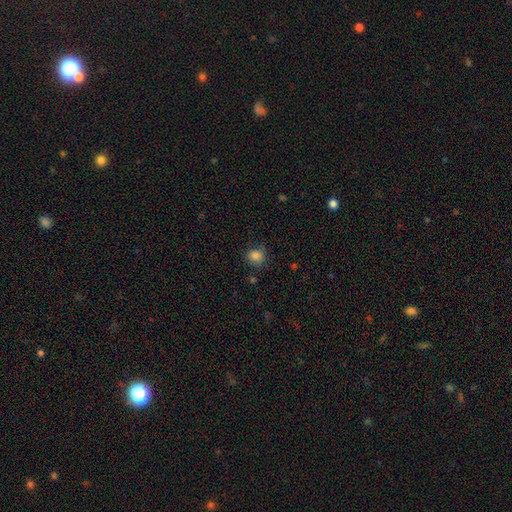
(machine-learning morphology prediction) smooth_or_featured: smooth (p=0.84) [alt: star or artifact p=0.12]
how_rounded: round (p=0.84) [alt: in between p=0.15]
merging: none (p=0.81) [alt: minor disturbance p=0.14]